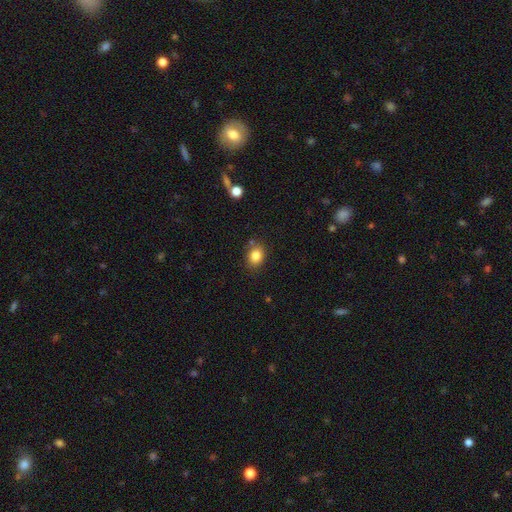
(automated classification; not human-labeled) Morphology: type=smooth (84%); roundness=in between (52%); merging=none (77%).